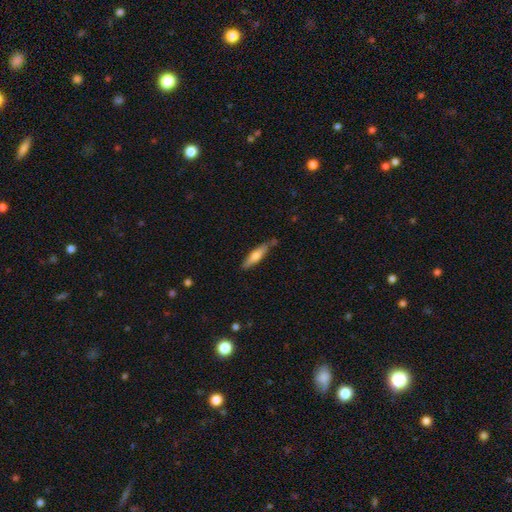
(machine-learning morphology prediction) smooth_or_featured: smooth (p=0.66) [alt: featured or disk p=0.29]
how_rounded: cigar-shaped (p=0.76) [alt: in between p=0.23]
merging: none (p=0.70) [alt: minor disturbance p=0.20]